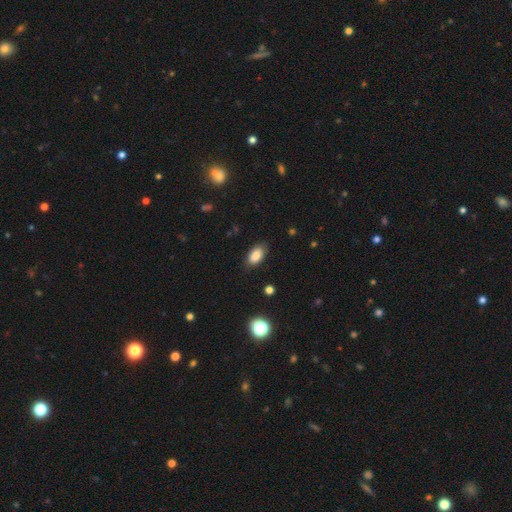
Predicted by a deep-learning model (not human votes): smooth 86%, star or artifact 8%, featured or disk 6%. Down the decision tree: how rounded — in between (92%); merging — none (84%).